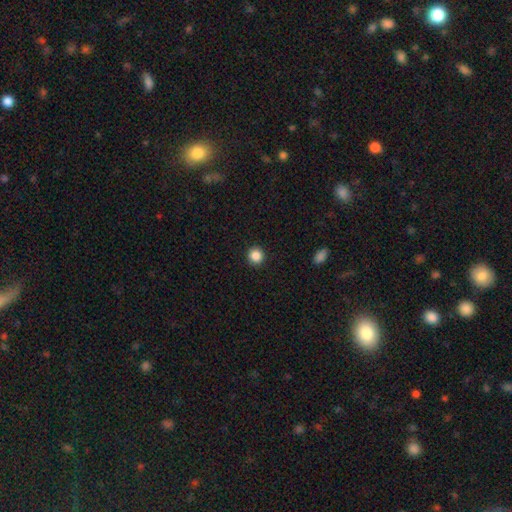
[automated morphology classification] smooth 87%, star or artifact 10%, featured or disk 3%. Down the decision tree: how rounded — round (94%); merging — none (93%).